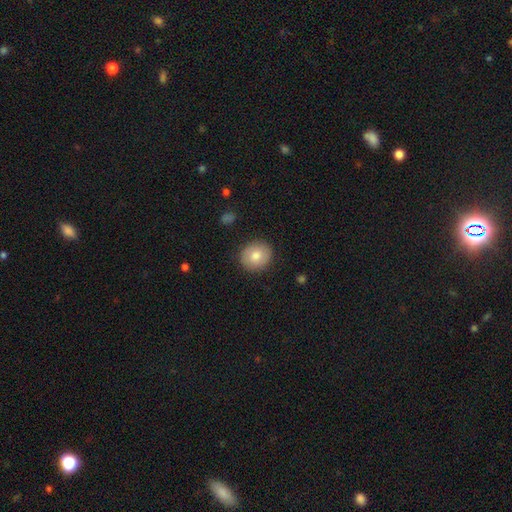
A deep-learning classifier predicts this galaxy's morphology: Smooth or featured? Predicted: smooth (p=0.80). How rounded? Predicted: round (p=0.85). Merging? Predicted: none (p=0.89).